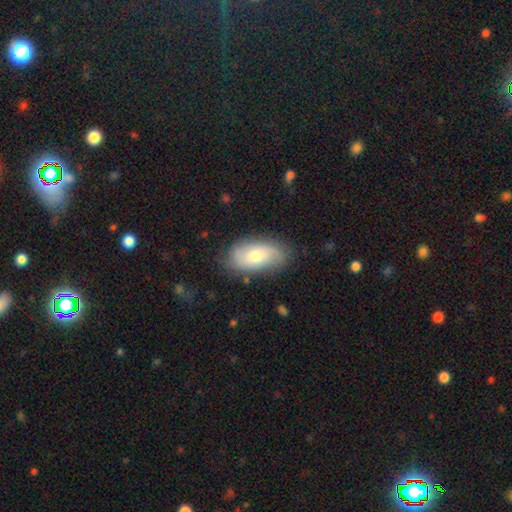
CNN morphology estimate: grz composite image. It shows a smooth galaxy with no disk features (53%) that is in between round and cigar-shaped (92%). Merging: none (78%).